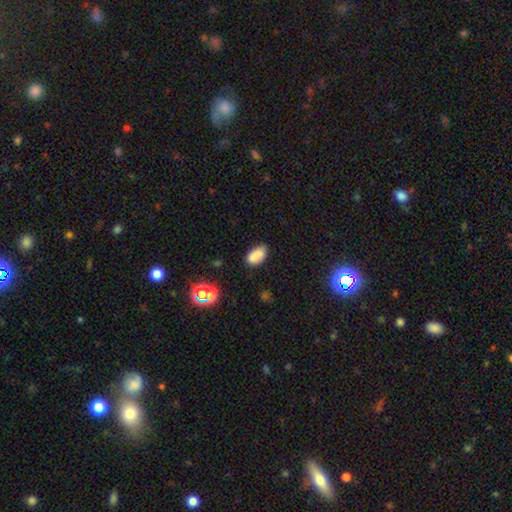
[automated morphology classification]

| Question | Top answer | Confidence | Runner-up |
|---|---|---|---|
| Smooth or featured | smooth | 84% | star or artifact (10%) |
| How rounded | in between | 91% | round (6%) |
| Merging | none | 72% | minor disturbance (22%) |